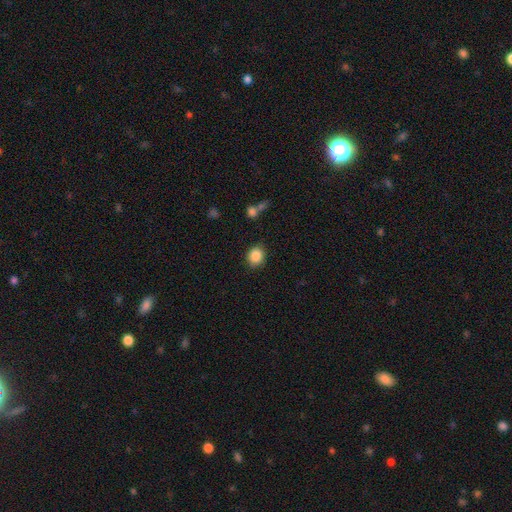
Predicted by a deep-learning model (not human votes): This is clearly a smooth galaxy (87%). How rounded: likely round (69%). Merging: clearly none (86%).